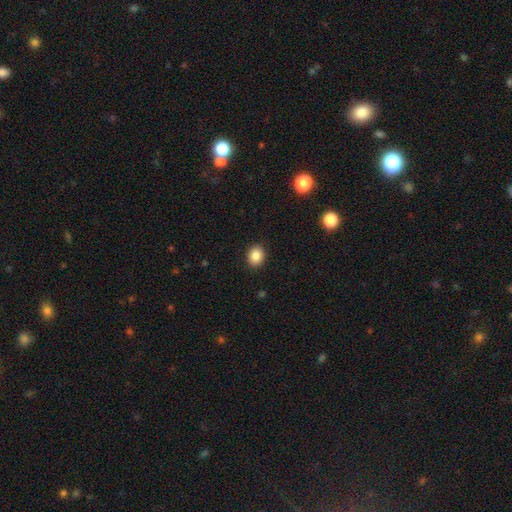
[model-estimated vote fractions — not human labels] smooth-or-featured: smooth: 86% | star or artifact: 10% | featured or disk: 4%
  how-rounded: round: 57% | in between: 42% | cigar-shaped: 1%
  merging: none: 90% | minor disturbance: 7% | major disturbance: 2% | merger: 1%